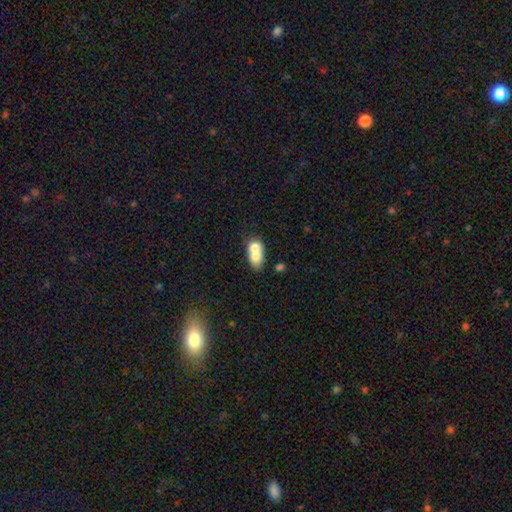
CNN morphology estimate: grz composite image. It shows a smooth galaxy with no disk features (69%) that is in between round and cigar-shaped (64%). Merging: merger (71%).